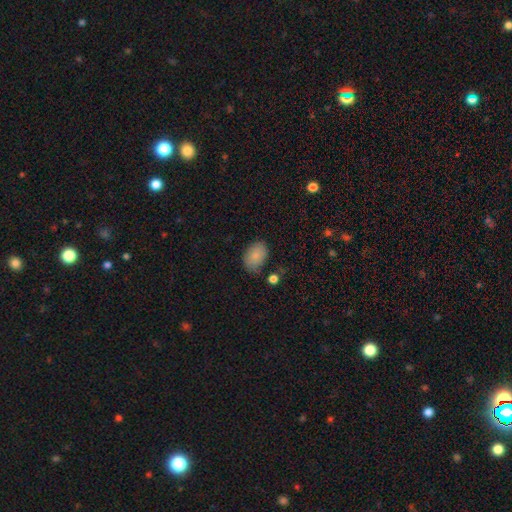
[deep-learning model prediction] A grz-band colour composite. It shows a smooth galaxy with no disk features (85%) that is in between round and cigar-shaped (84%). Merging: none (72%).